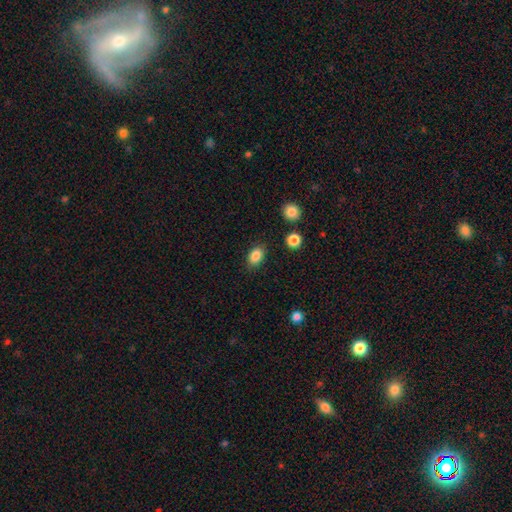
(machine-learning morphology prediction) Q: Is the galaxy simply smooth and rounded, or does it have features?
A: smooth — 86%.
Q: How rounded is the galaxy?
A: in between — 83%.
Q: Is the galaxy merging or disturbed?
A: none — 84%.